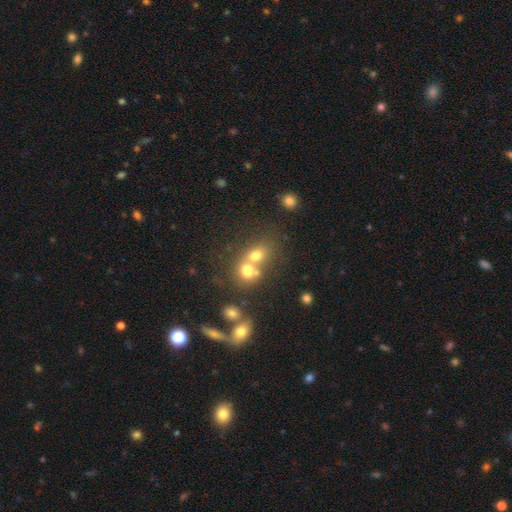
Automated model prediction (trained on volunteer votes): This is likely a smooth galaxy (66%). How rounded: possibly round (58%). Merging: possibly merger (55%).